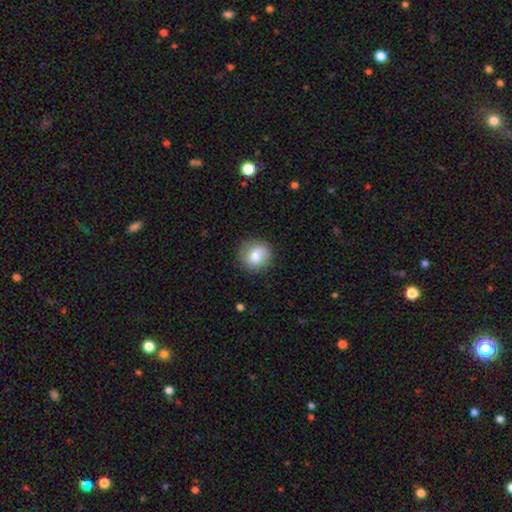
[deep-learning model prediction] Smooth or featured: smooth — 77% (featured or disk — 14%)
How rounded: round — 88% (in between — 11%)
Merging: none — 84% (minor disturbance — 11%)